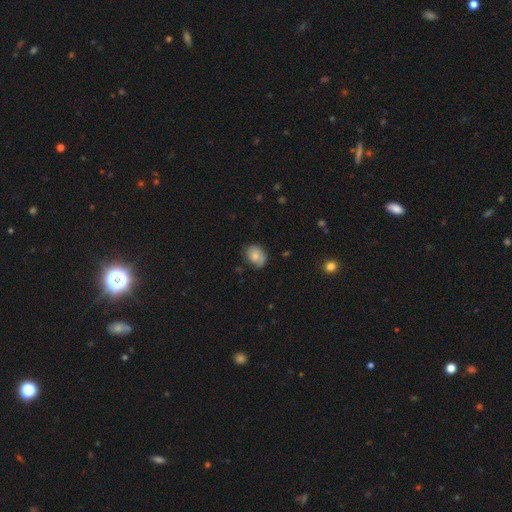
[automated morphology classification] smooth 59%, featured or disk 32%, star or artifact 9%. Down the decision tree: how rounded — in between (56%); merging — none (61%).